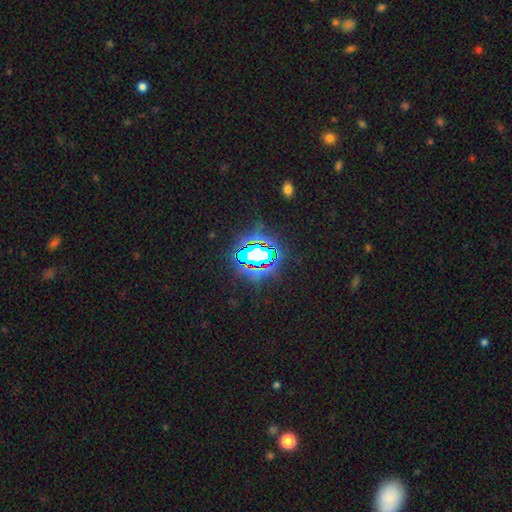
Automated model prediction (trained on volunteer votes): Morphology: type=star or artifact (72%).